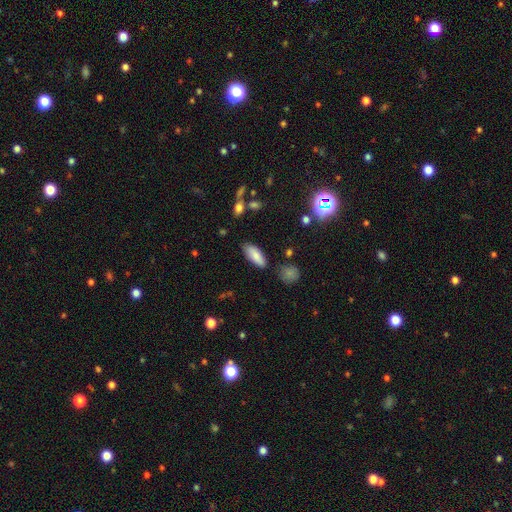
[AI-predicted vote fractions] smooth-or-featured: smooth: 83% | featured or disk: 10% | star or artifact: 7%
  how-rounded: in between: 77% | cigar-shaped: 21% | round: 2%
  merging: none: 81% | minor disturbance: 13% | major disturbance: 3% | merger: 3%